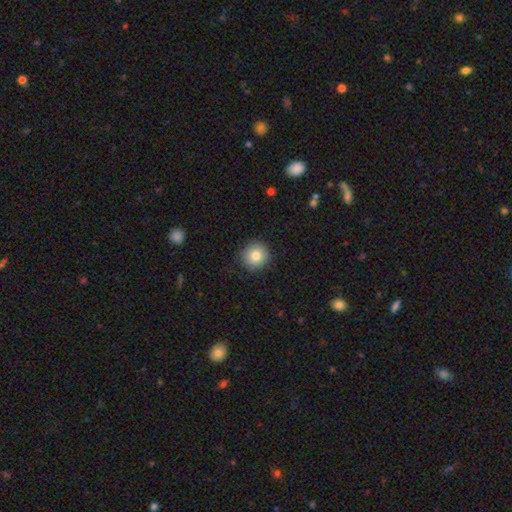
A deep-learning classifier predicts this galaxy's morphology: Smooth or featured? Predicted: smooth (p=0.82). How rounded? Predicted: round (p=0.93). Merging? Predicted: none (p=0.88).